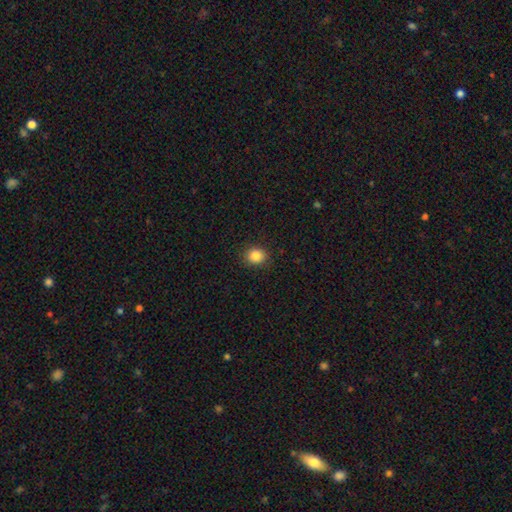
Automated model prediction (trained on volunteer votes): The model was most divided on "how rounded": round: 74%, in between: 25%, cigar-shaped: 1%. More confident: merging — none (89%); smooth or featured — smooth (85%).